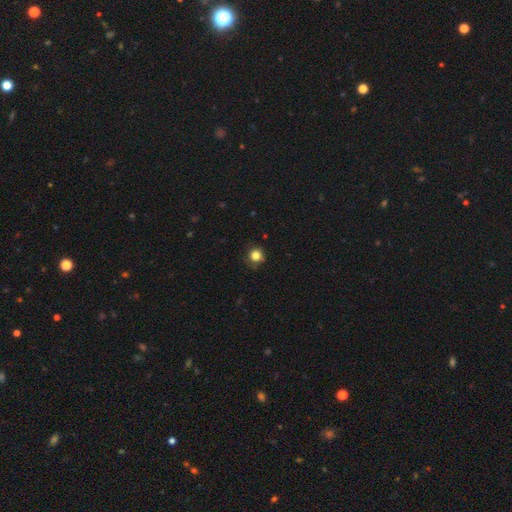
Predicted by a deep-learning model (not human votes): Overall: smooth (82%). How rounded: round (91%). Merging: none (82%).